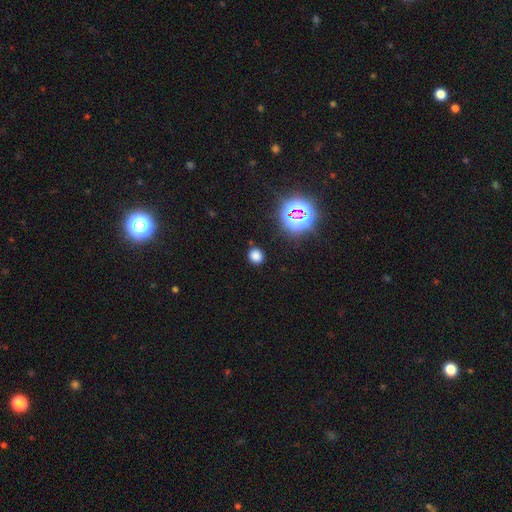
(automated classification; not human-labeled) smooth-or-featured: smooth: 73% | star or artifact: 22% | featured or disk: 5%
  how-rounded: round: 74% | in between: 25% | cigar-shaped: 1%
  merging: none: 86% | minor disturbance: 9% | major disturbance: 3% | merger: 2%